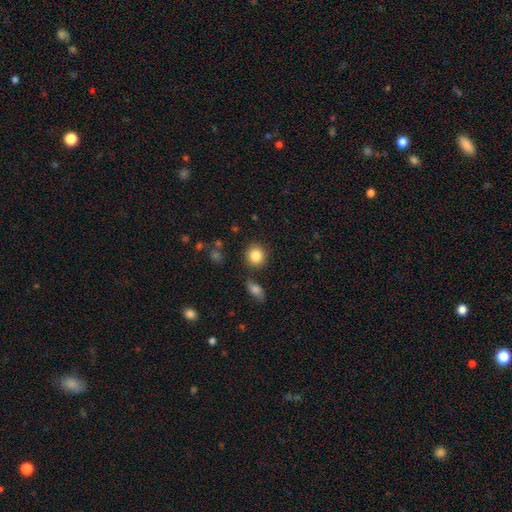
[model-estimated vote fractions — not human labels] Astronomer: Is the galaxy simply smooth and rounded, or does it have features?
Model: smooth — 85%.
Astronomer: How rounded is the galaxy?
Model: round — 88%.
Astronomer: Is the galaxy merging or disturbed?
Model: none — 84%.